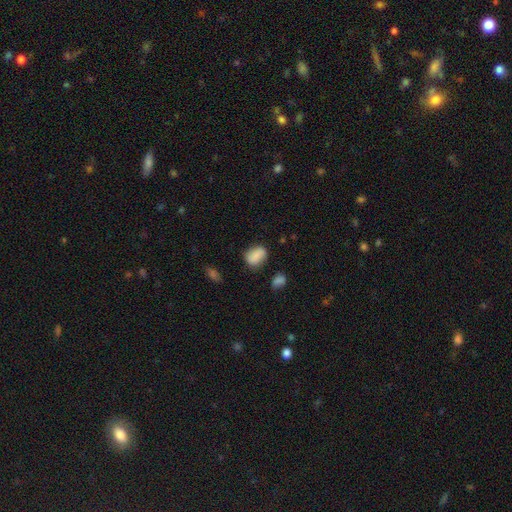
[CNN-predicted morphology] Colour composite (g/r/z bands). It shows a smooth galaxy with no disk features (82%) that is in between round and cigar-shaped (75%). Merging: none (69%).